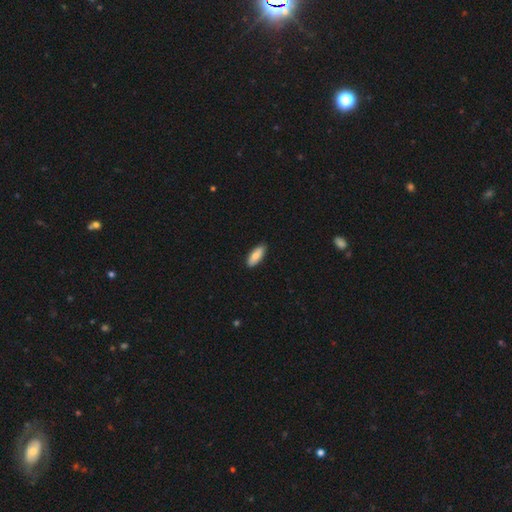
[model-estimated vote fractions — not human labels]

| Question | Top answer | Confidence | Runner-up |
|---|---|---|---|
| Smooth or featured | smooth | 80% | featured or disk (14%) |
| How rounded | in between | 82% | cigar-shaped (16%) |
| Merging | none | 86% | minor disturbance (11%) |